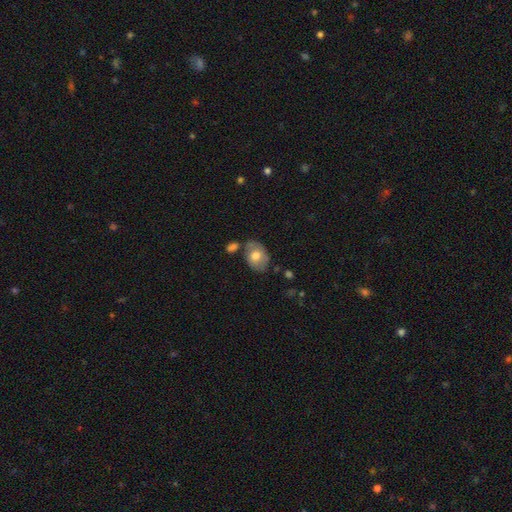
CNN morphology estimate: Smooth or featured: smooth — 69% (featured or disk — 24%)
How rounded: in between — 77% (round — 22%)
Merging: none — 59% (minor disturbance — 22%)